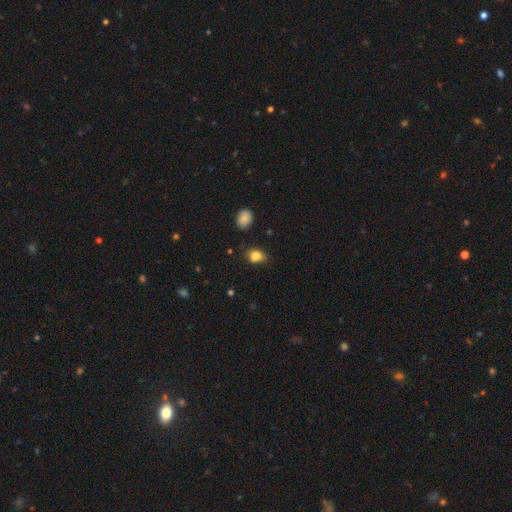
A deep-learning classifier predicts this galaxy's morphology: Smooth or featured? smooth (83%)
How rounded? in between (64%)
Merging? none (66%)